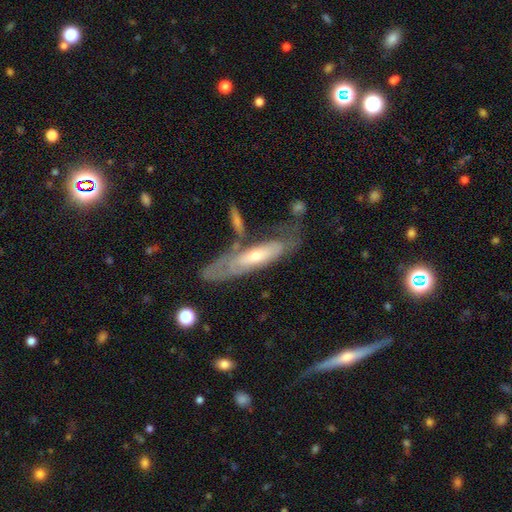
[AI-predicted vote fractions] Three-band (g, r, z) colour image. It shows a featured or disk galaxy (60%). Merging: none (48%).